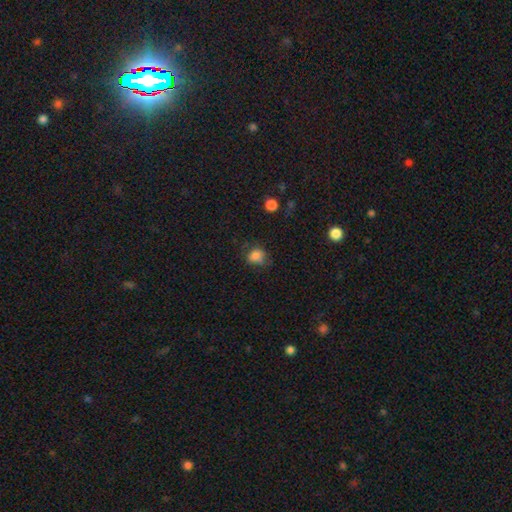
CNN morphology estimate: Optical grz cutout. It shows a smooth galaxy with no disk features (81%) that is round (62%). Merging: none (58%).